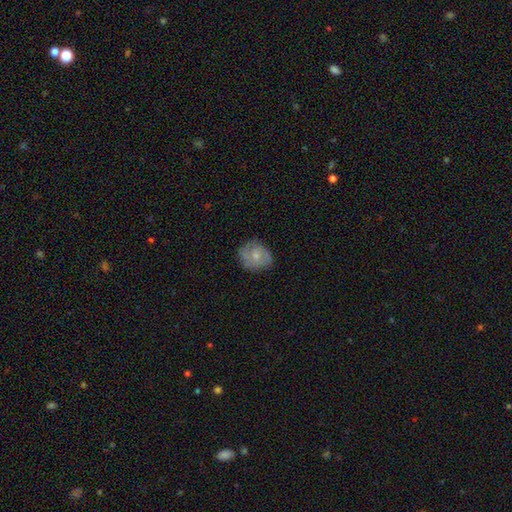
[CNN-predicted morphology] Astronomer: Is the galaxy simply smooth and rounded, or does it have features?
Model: smooth — 53% (runner-up: featured or disk, 40%).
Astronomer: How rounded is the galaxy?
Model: round — 64%.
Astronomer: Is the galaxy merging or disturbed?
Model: none — 67%.